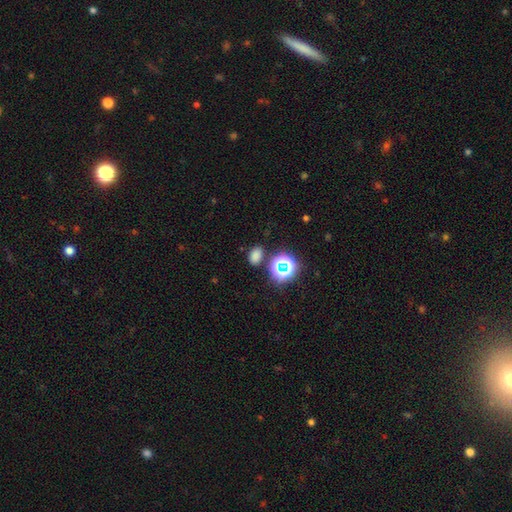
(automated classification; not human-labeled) This appears to be a smooth galaxy with no disk features (71%) that is in between round and cigar-shaped (77%). Merging: none (79%).